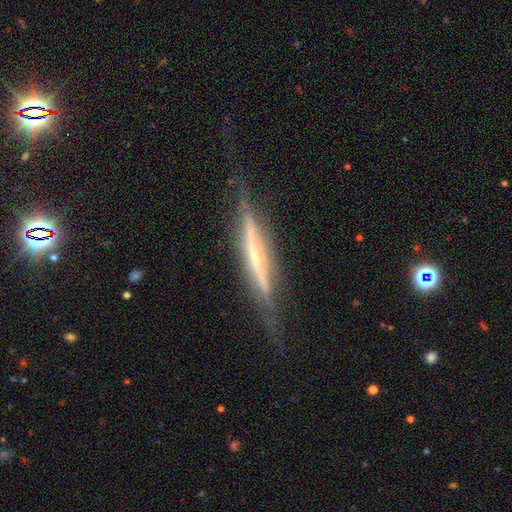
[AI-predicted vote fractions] Smooth or featured?
  - featured or disk: 79% *
  - smooth: 15%
  - star or artifact: 6%
Edge-on disk?
  - yes: 94% *
  - no: 6%
Edge-on bulge?
  - rounded: 49% *
  - none: 39%
  - boxy: 12%
Merging?
  - none: 71% *
  - minor disturbance: 20%
  - major disturbance: 7%
  - merger: 2%